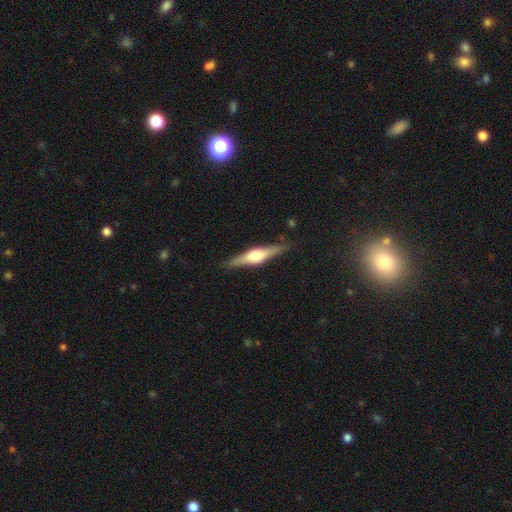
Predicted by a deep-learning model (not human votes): smooth_or_featured: featured or disk (p=0.72) [alt: smooth p=0.23]
disk_edge_on: yes (p=0.97) [alt: no p=0.03]
edge_on_bulge: rounded (p=0.92) [alt: boxy p=0.06]
merging: none (p=0.88) [alt: minor disturbance p=0.09]